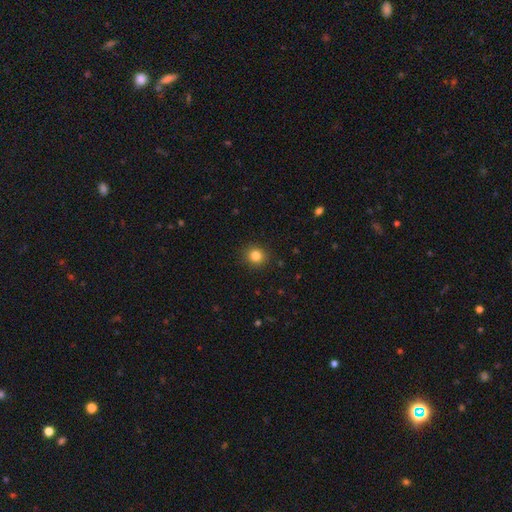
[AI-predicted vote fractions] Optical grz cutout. It shows a smooth galaxy with no disk features (83%) that is round (89%). Merging: none (91%).